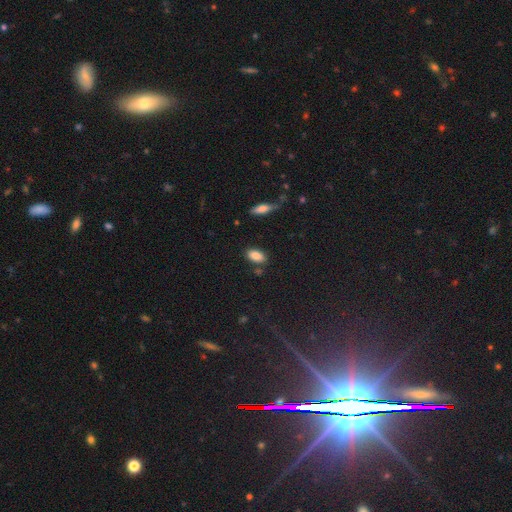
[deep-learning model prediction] The model was most divided on "merging": none: 81%, minor disturbance: 11%, merger: 5%, major disturbance: 3%. More confident: how rounded — in between (91%); smooth or featured — smooth (86%).